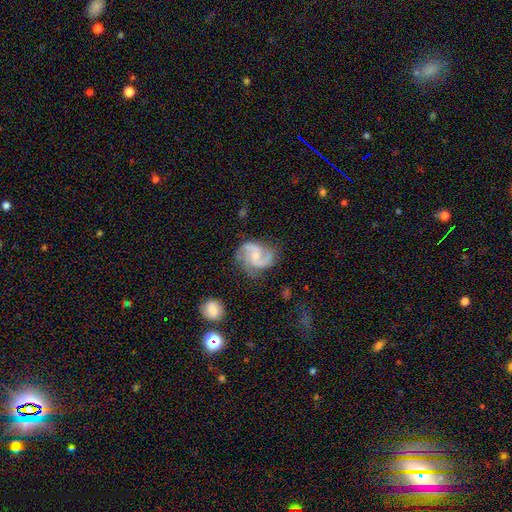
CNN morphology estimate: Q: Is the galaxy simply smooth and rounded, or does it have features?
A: featured or disk — 89%.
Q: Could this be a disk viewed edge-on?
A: no — 98%.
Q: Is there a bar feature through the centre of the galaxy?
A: no — 57%.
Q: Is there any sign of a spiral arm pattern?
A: yes — 98%.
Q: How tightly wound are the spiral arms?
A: medium — 57%.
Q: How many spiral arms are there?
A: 2 — 65%.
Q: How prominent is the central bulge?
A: small — 57%.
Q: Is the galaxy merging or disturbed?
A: none — 68%.